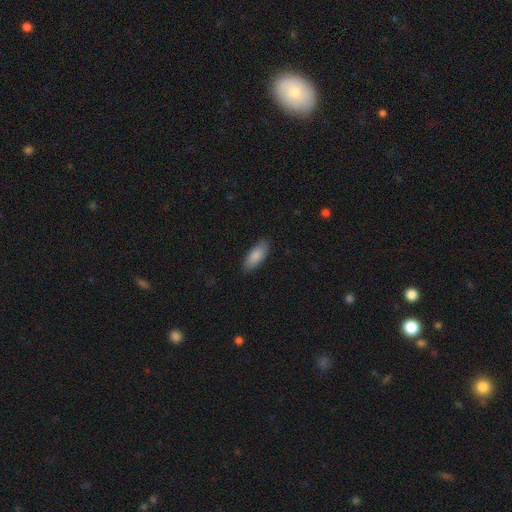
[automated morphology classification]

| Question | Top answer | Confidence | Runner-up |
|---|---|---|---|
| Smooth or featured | smooth | 87% | featured or disk (7%) |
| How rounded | in between | 78% | cigar-shaped (20%) |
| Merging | none | 87% | minor disturbance (10%) |